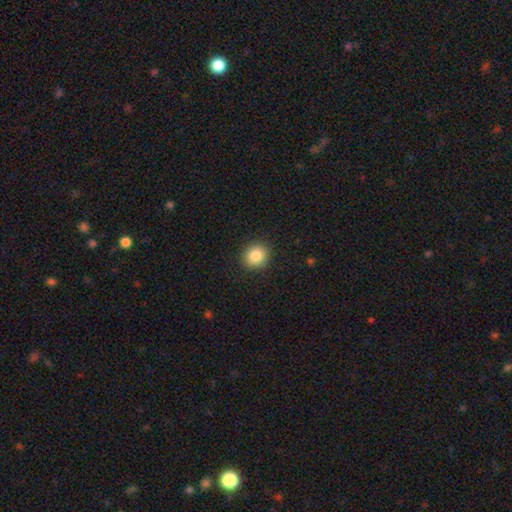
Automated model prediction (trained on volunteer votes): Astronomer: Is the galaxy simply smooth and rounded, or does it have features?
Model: smooth — 85%.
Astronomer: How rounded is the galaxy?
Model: round — 84%.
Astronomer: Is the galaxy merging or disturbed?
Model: none — 91%.